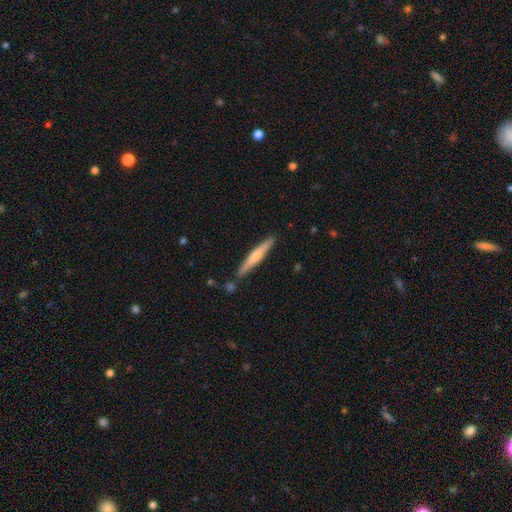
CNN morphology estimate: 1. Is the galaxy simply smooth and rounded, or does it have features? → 52% smooth, 43% featured or disk, 5% star or artifact.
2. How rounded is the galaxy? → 95% cigar-shaped, 4% in between, 1% round.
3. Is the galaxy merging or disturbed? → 87% none, 9% minor disturbance, 3% merger, 2% major disturbance.